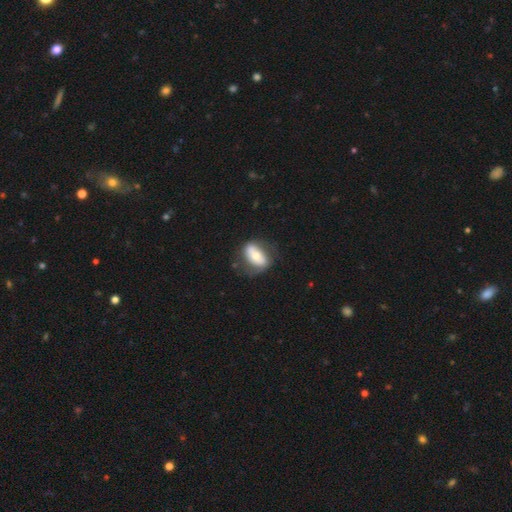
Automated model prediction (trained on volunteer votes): Smooth or featured: smooth — 50% (featured or disk — 44%)
Merging: none — 61% (minor disturbance — 24%)